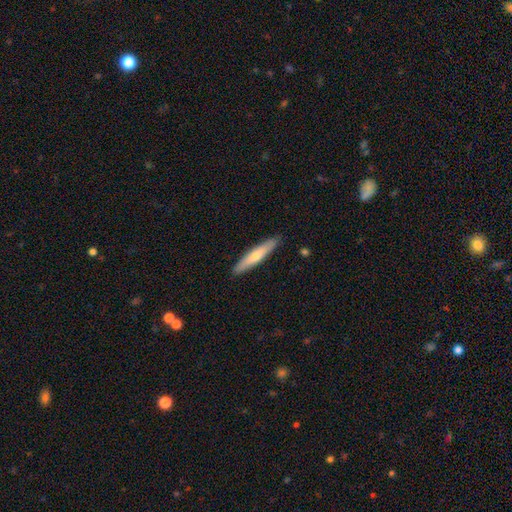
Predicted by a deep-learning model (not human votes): smooth 59%, featured or disk 36%, star or artifact 5%. Down the decision tree: how rounded — cigar-shaped (89%); merging — none (90%).